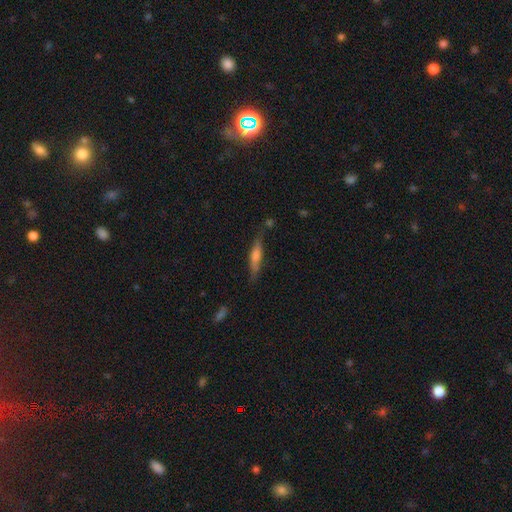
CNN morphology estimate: Overall: featured or disk (50%; smooth 42%). Merging: none (79%).